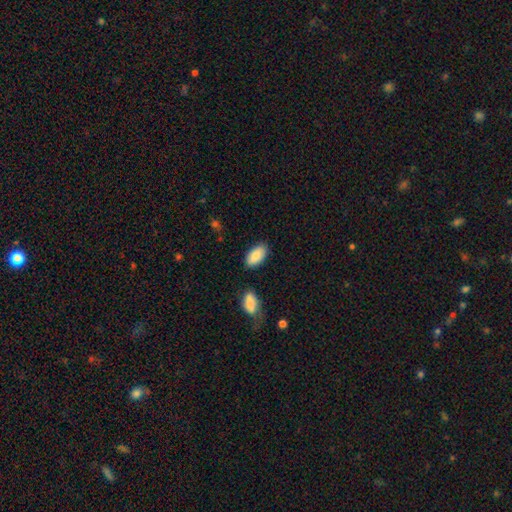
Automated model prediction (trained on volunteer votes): smooth 88%, featured or disk 6%, star or artifact 6%. Down the decision tree: how rounded — in between (94%); merging — none (81%).